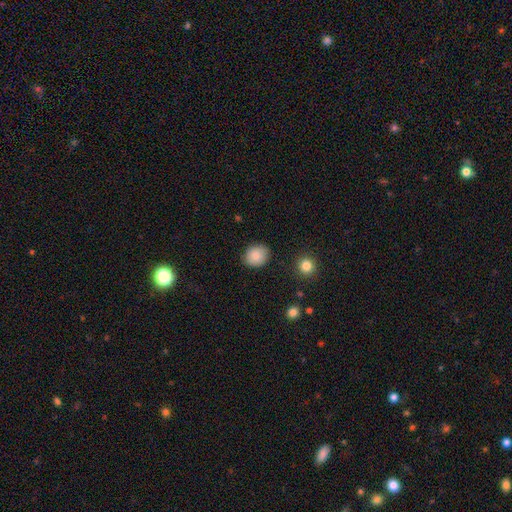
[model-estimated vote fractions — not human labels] Smooth or featured: smooth — 87% (star or artifact — 8%)
How rounded: round — 62% (in between — 37%)
Merging: none — 87% (minor disturbance — 10%)